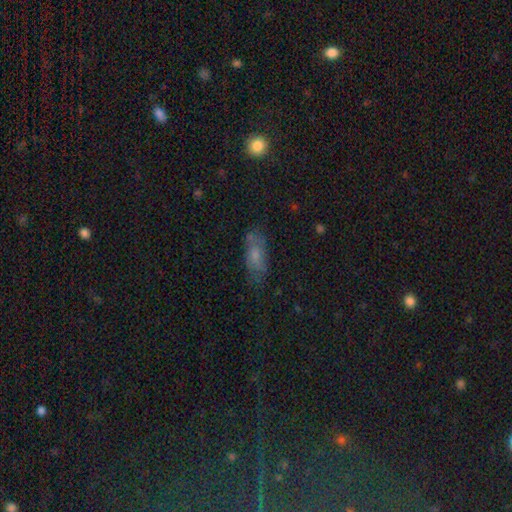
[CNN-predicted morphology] The model was most divided on "merging": none: 61%, minor disturbance: 24%, major disturbance: 10%, merger: 5%. More confident: how rounded — in between (78%); smooth or featured — smooth (67%).